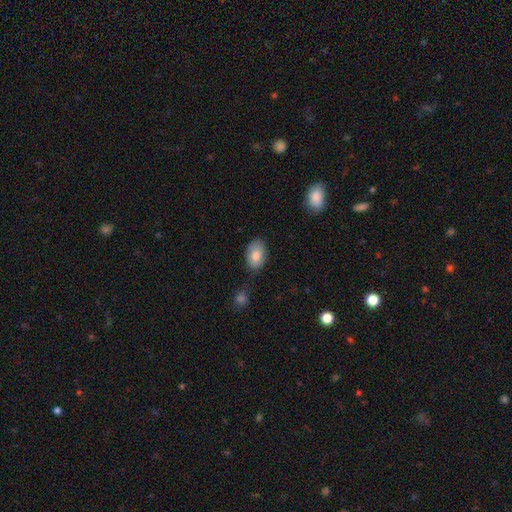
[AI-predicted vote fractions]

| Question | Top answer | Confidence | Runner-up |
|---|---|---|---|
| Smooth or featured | smooth | 82% | featured or disk (11%) |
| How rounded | in between | 89% | round (9%) |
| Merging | none | 69% | minor disturbance (21%) |